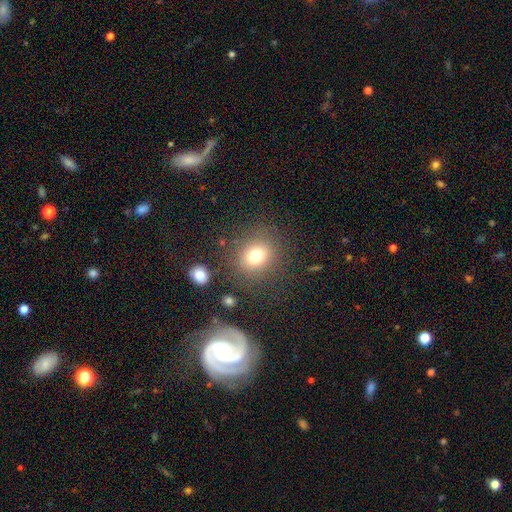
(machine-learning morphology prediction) A smooth galaxy with no disk features (76%) that is round (77%).

Vote fractions:
- Smooth or featured? smooth: 76% / star or artifact: 14% / featured or disk: 10%
- How rounded? round: 77% / in between: 22% / cigar-shaped: 1%
- Merging? none: 81% / minor disturbance: 10% / major disturbance: 5% / merger: 3%